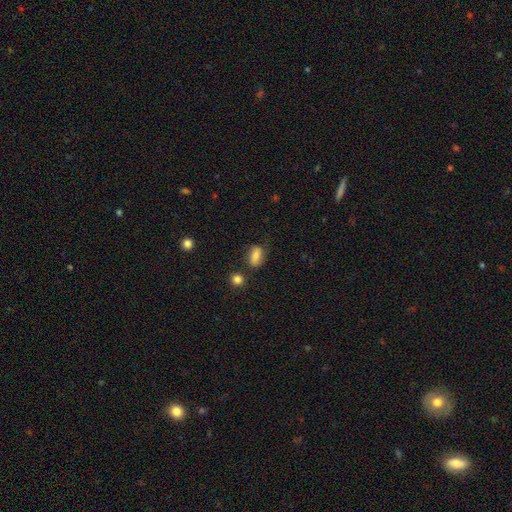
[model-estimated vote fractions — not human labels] smooth_or_featured: smooth (p=0.76) [alt: featured or disk p=0.15]
how_rounded: in between (p=0.84) [alt: round p=0.11]
merging: none (p=0.66) [alt: minor disturbance p=0.21]